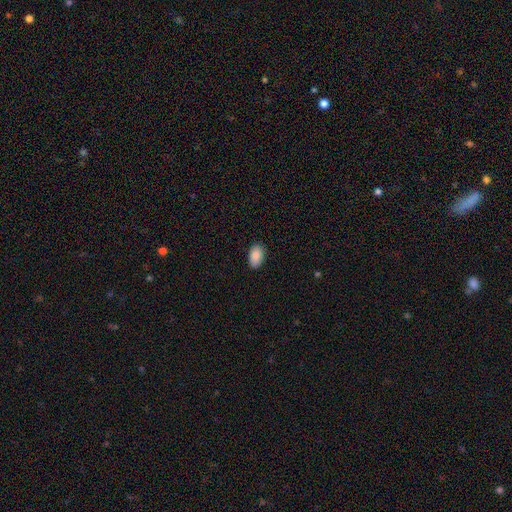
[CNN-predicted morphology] smooth_or_featured: smooth (p=0.88) [alt: star or artifact p=0.07]
how_rounded: in between (p=0.94) [alt: round p=0.05]
merging: none (p=0.88) [alt: minor disturbance p=0.09]